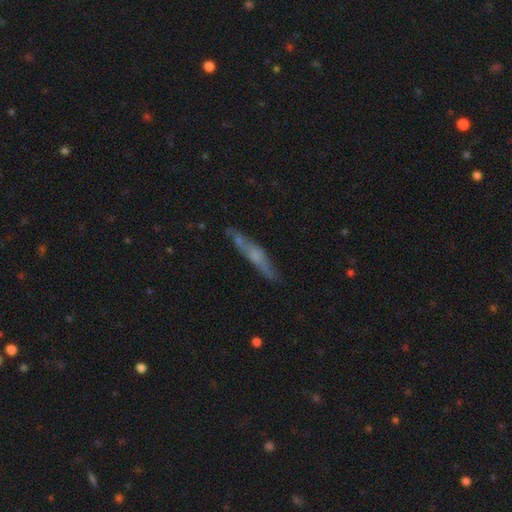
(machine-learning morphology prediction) Smooth or featured: featured or disk — 49% (smooth — 42%)
Merging: none — 67% (minor disturbance — 20%)